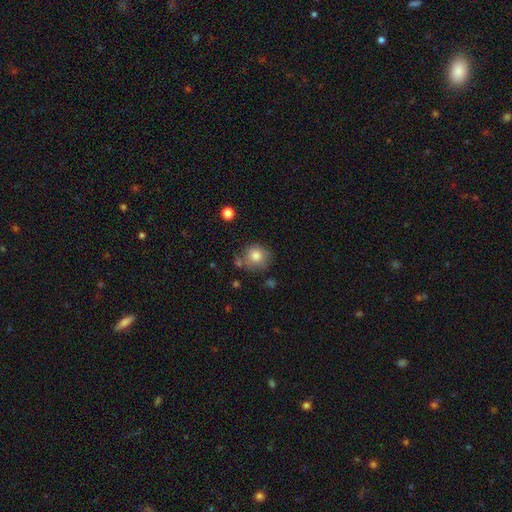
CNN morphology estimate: smooth 81%, featured or disk 10%, star or artifact 9%. Down the decision tree: how rounded — round (83%); merging — none (68%).